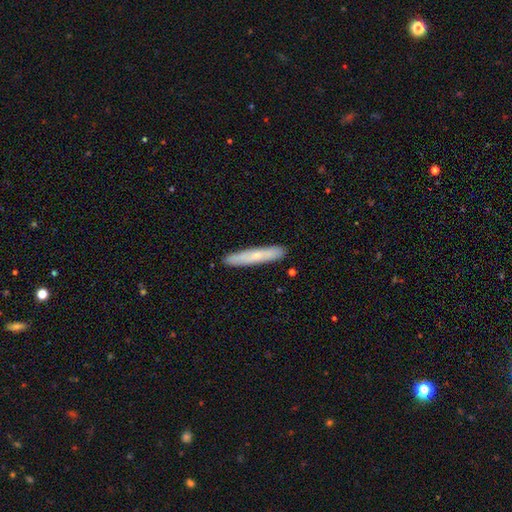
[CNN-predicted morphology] A smooth galaxy with no disk features (62%) that is cigar-shaped (93%).

Vote fractions:
- Smooth or featured? smooth: 62% / featured or disk: 32% / star or artifact: 6%
- How rounded? cigar-shaped: 93% / in between: 6% / round: 1%
- Merging? none: 90% / minor disturbance: 8% / major disturbance: 1% / merger: 1%